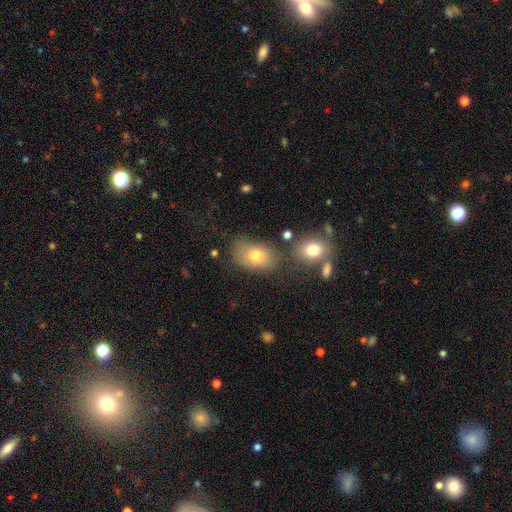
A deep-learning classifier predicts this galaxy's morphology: smooth-or-featured: smooth: 74% | featured or disk: 16% | star or artifact: 10%
  how-rounded: in between: 77% | round: 22% | cigar-shaped: 1%
  merging: none: 59% | minor disturbance: 21% | merger: 11% | major disturbance: 9%